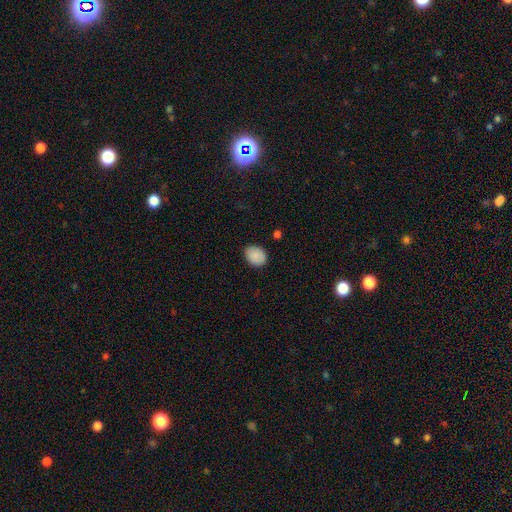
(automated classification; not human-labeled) Morphology: type=smooth (89%); roundness=in between (51%); merging=none (86%).